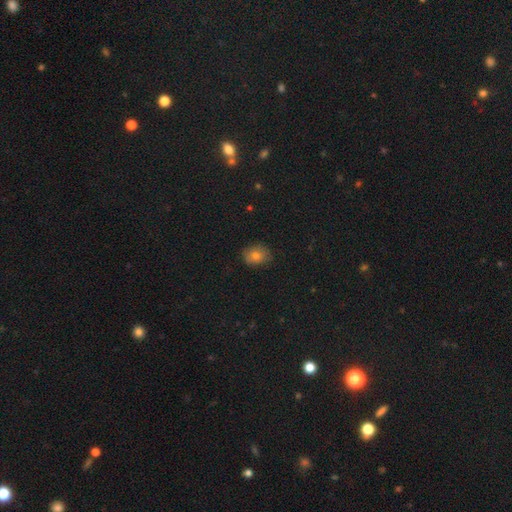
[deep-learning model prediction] Overall: smooth (75%). How rounded: in between (53%; round 46%). Merging: none (81%).